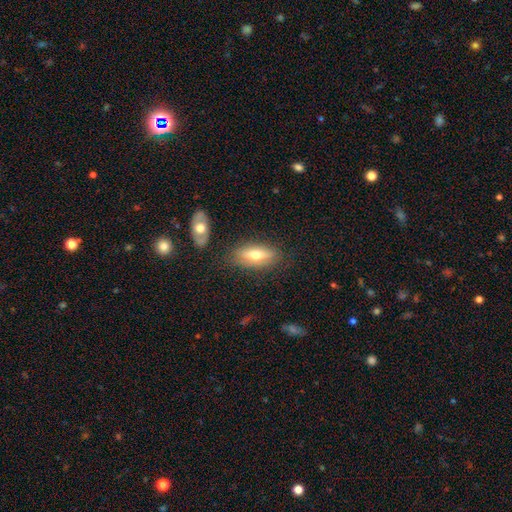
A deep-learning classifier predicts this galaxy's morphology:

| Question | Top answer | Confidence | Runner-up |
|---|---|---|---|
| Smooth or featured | smooth | 58% | featured or disk (35%) |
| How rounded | in between | 73% | cigar-shaped (23%) |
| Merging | none | 77% | minor disturbance (14%) |